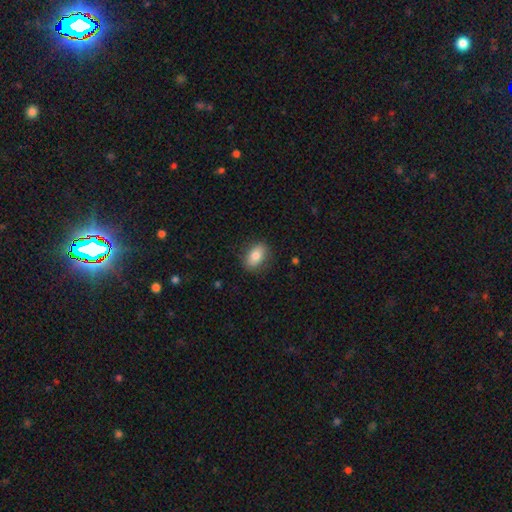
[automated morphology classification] Overall: smooth (80%). How rounded: in between (85%). Merging: none (84%).